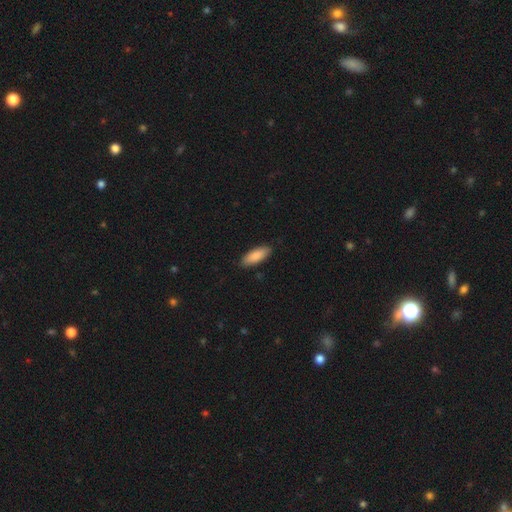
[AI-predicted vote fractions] This appears to be a smooth galaxy with no disk features (87%) that is in between round and cigar-shaped (70%). Merging: none (87%).